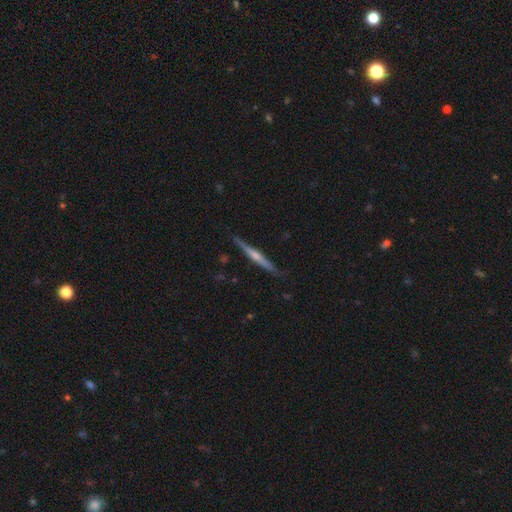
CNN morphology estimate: Smooth or featured?
  - featured or disk: 65% *
  - smooth: 29%
  - star or artifact: 6%
Edge-on disk?
  - yes: 97% *
  - no: 3%
Edge-on bulge?
  - rounded: 59% *
  - none: 29%
  - boxy: 12%
Merging?
  - none: 85% *
  - minor disturbance: 12%
  - major disturbance: 2%
  - merger: 1%